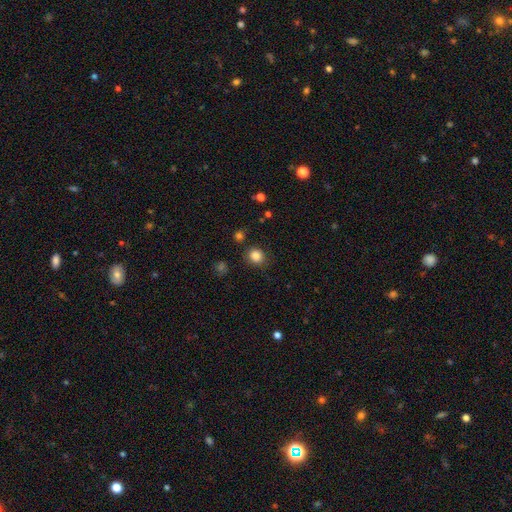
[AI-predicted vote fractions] Smooth or featured: smooth — 84% (star or artifact — 12%)
How rounded: round — 84% (in between — 15%)
Merging: none — 85% (minor disturbance — 9%)